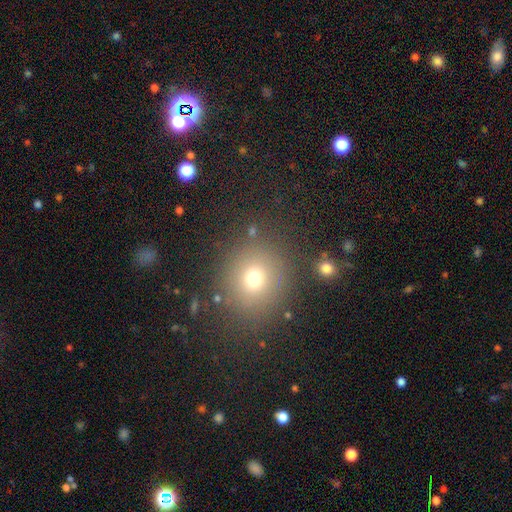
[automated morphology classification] Smooth or featured?
  - smooth: 60% *
  - star or artifact: 31%
  - featured or disk: 9%
How rounded?
  - round: 84% *
  - in between: 15%
  - cigar-shaped: 1%
Merging?
  - none: 87% *
  - minor disturbance: 7%
  - major disturbance: 3%
  - merger: 2%